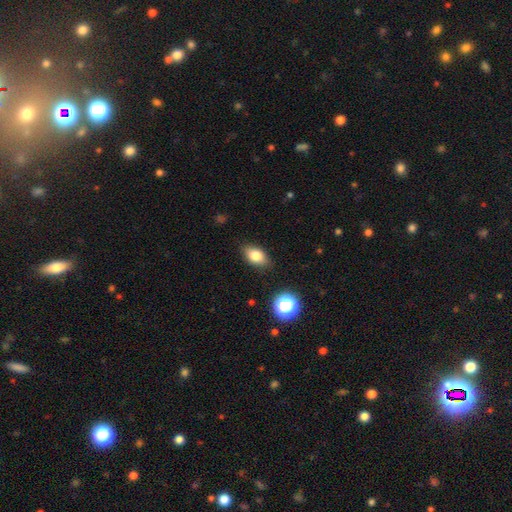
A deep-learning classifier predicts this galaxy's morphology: This appears to be a smooth galaxy with no disk features (79%) that is in between round and cigar-shaped (83%). Merging: none (84%).